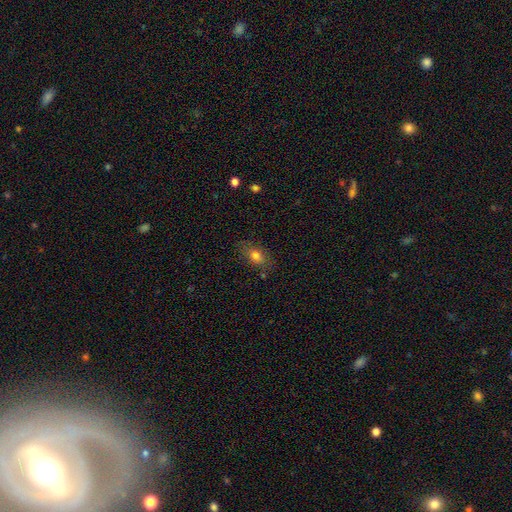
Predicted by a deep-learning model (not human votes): Smooth or featured?
  - smooth: 75% *
  - featured or disk: 15%
  - star or artifact: 10%
How rounded?
  - in between: 80% *
  - round: 14%
  - cigar-shaped: 6%
Merging?
  - none: 78% *
  - minor disturbance: 15%
  - major disturbance: 4%
  - merger: 3%